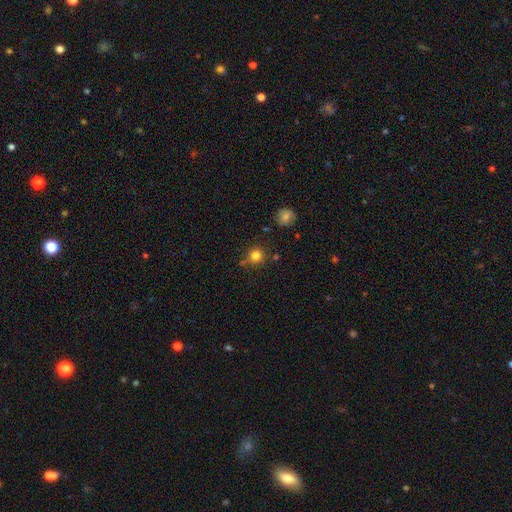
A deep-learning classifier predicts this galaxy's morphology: This appears to be a smooth galaxy with no disk features (80%) that is round (92%). Merging: none (76%).